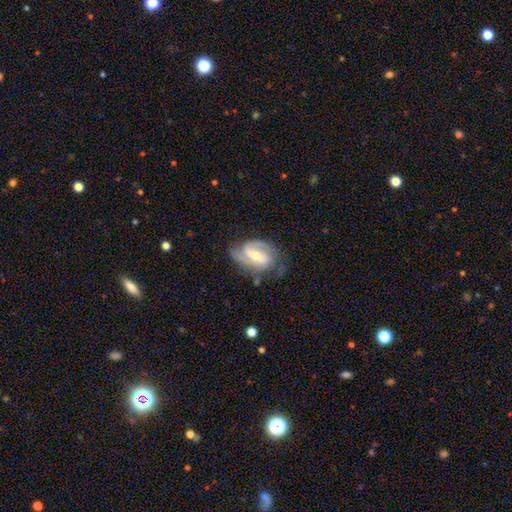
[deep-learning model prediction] Smooth or featured?
  - featured or disk: 84% *
  - smooth: 11%
  - star or artifact: 5%
Edge-on disk?
  - no: 96% *
  - yes: 4%
Bar?
  - strong: 44% *
  - weak: 42%
  - no: 14%
Spiral arms?
  - yes: 95% *
  - no: 5%
Spiral winding?
  - medium: 48% *
  - tight: 33%
  - loose: 19%
Spiral arm count?
  - 2: 73% *
  - 3: 10%
  - can't tell: 9%
  - 1: 5%
  - 4: 2%
  - more than 4: 2%
Bulge size?
  - moderate: 48% *
  - small: 46%
  - large: 3%
  - none: 2%
  - dominant: 1%
Merging?
  - none: 66% *
  - minor disturbance: 22%
  - major disturbance: 10%
  - merger: 2%